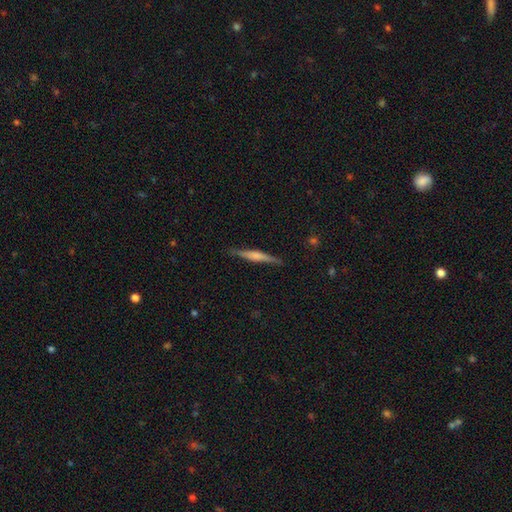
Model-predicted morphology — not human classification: Overall: featured or disk (59%; smooth 35%). Edge-on disk: yes (97%). Edge-on bulge: rounded (47%; boxy 35%). Merging: none (85%).